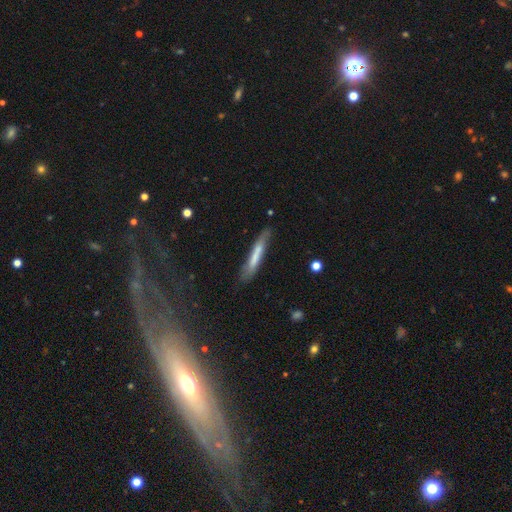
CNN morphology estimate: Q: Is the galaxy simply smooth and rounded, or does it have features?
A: smooth — 60%.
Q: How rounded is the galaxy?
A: cigar-shaped — 92%.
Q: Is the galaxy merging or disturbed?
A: none — 68%.